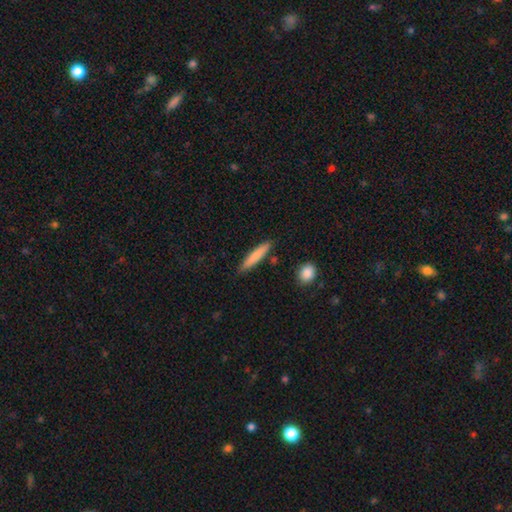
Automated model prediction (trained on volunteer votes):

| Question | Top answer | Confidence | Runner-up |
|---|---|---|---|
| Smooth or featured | smooth | 78% | featured or disk (16%) |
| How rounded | cigar-shaped | 89% | in between (9%) |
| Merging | none | 85% | minor disturbance (10%) |